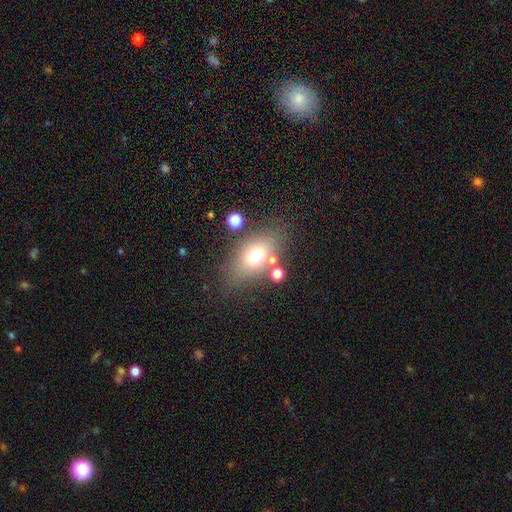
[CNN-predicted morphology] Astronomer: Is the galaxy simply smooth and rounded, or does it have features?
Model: smooth — 68%.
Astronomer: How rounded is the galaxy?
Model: in between — 79%.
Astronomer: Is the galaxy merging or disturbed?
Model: none — 68%.